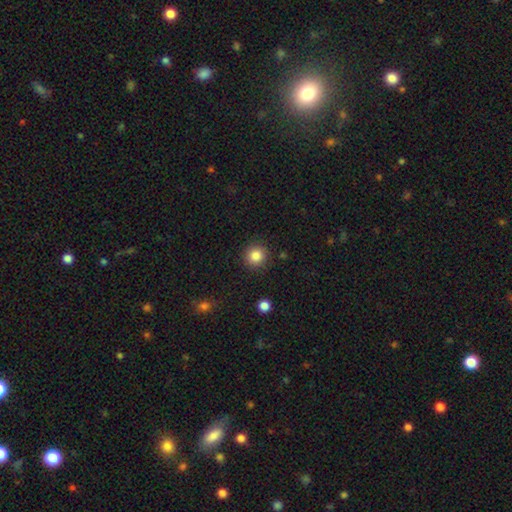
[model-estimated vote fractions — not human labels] A smooth galaxy with no disk features (85%) that is round (93%).

Vote fractions:
- Smooth or featured? smooth: 85% / star or artifact: 10% / featured or disk: 5%
- How rounded? round: 93% / in between: 7% / cigar-shaped: 1%
- Merging? none: 89% / minor disturbance: 7% / major disturbance: 3% / merger: 2%